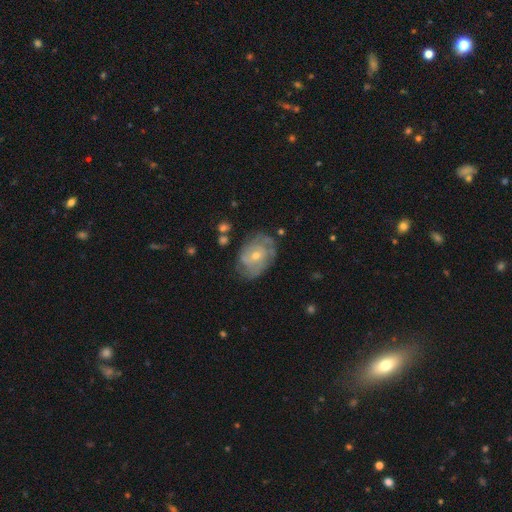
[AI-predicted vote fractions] smooth_or_featured: featured or disk (p=0.75) [alt: smooth p=0.18]
disk_edge_on: no (p=0.96) [alt: yes p=0.04]
bar: no (p=0.73) [alt: weak p=0.22]
has_spiral_arms: yes (p=0.85) [alt: no p=0.15]
spiral_winding: tight (p=0.63) [alt: medium p=0.28]
spiral_arm_count: can't tell (p=0.44) [alt: 2 p=0.23]
bulge_size: small (p=0.54) [alt: moderate p=0.43]
merging: none (p=0.71) [alt: minor disturbance p=0.20]